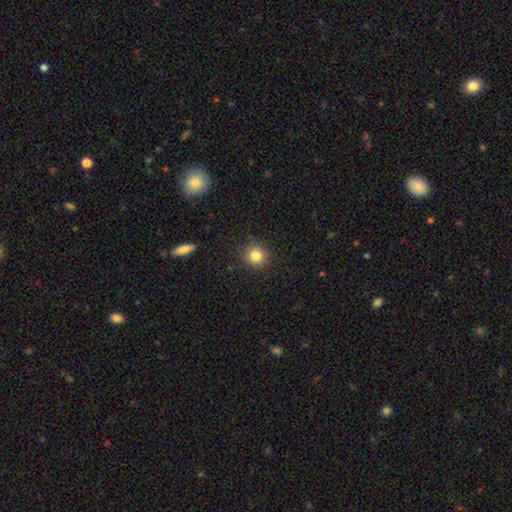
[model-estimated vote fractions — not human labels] Smooth or featured: smooth — 83% (star or artifact — 11%)
How rounded: round — 92% (in between — 7%)
Merging: none — 88% (minor disturbance — 8%)